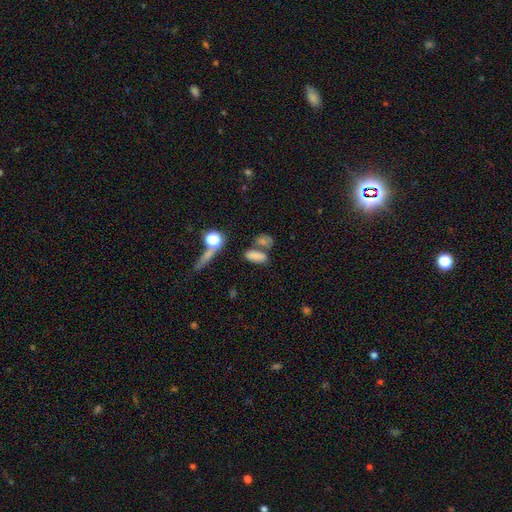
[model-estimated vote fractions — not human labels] This appears to be a smooth galaxy with no disk features (75%) that is in between round and cigar-shaped (73%). Merging: none (52%).